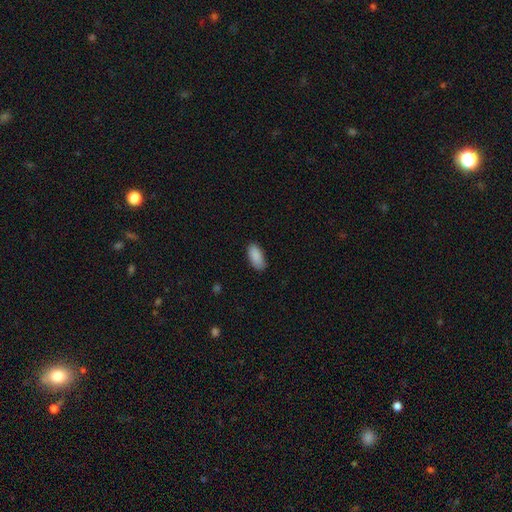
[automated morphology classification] type=smooth (90%); roundness=in between (90%); merging=none (85%).